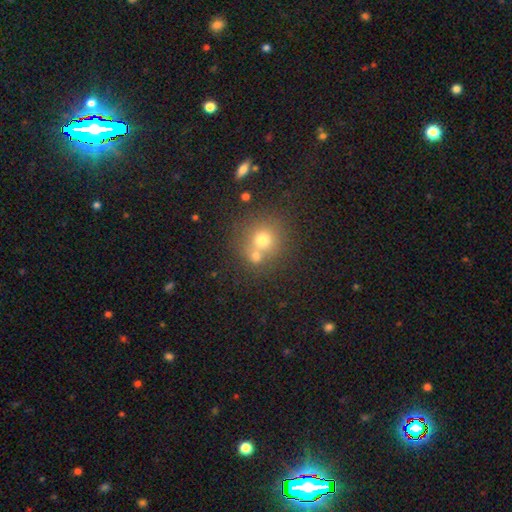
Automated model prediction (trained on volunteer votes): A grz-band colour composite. It shows a smooth galaxy with no disk features (69%) that is round (85%). Merging: none (50%).